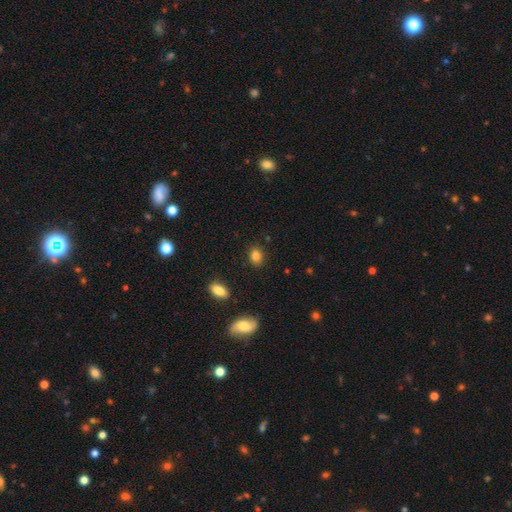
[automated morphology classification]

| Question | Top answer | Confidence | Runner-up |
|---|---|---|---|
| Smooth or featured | smooth | 85% | star or artifact (10%) |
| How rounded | in between | 65% | round (33%) |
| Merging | none | 85% | minor disturbance (10%) |